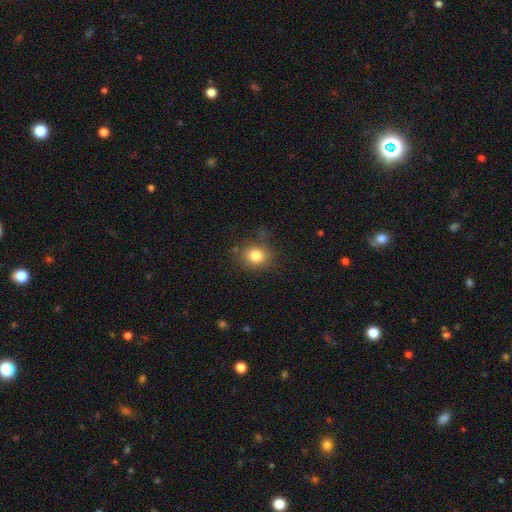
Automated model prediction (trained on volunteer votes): Morphology: type=smooth (82%); roundness=round (71%); merging=none (80%).